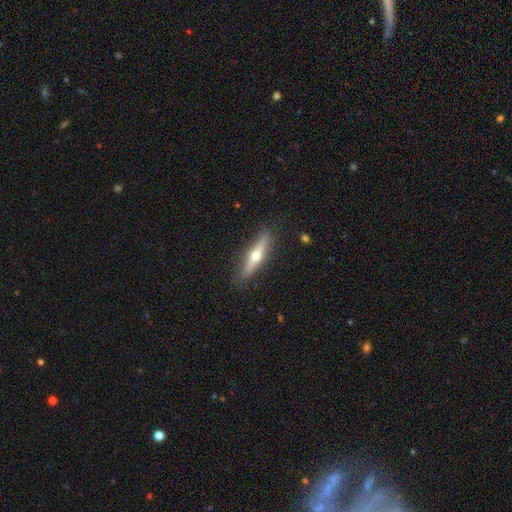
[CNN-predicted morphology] This is possibly a featured or disk galaxy (57%). It is clearly viewed edge-on (93%). Edge-on bulge: clearly rounded (92%). Merging: clearly none (88%).